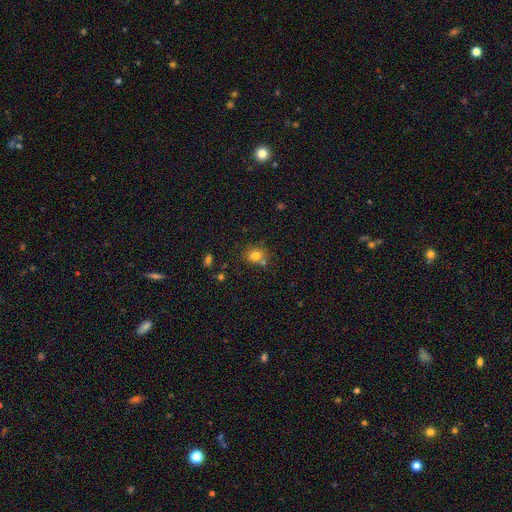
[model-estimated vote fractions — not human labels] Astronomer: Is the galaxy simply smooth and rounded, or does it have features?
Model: smooth — 78%.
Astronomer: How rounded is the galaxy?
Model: round — 69%.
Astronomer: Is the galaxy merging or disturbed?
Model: none — 62%.